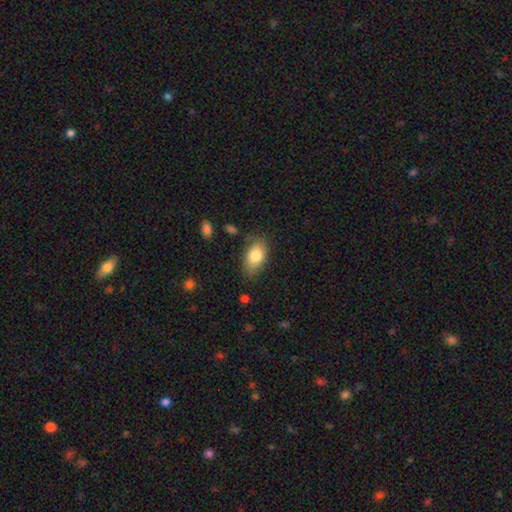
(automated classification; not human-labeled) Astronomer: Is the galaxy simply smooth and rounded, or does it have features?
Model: smooth — 81%.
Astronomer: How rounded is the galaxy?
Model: in between — 91%.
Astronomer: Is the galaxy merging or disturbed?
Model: none — 76%.